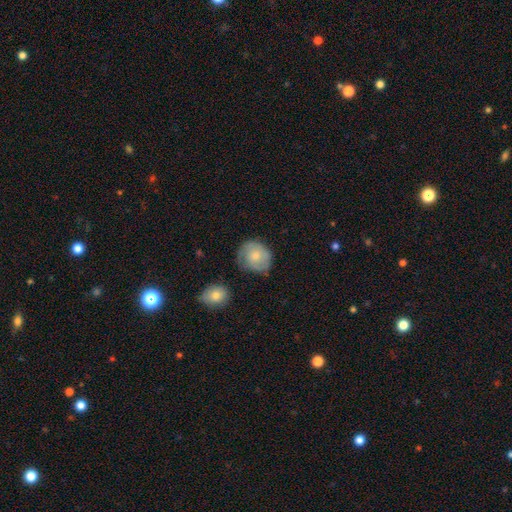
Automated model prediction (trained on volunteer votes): Smooth or featured? smooth (66%)
How rounded? round (79%)
Merging? none (63%)